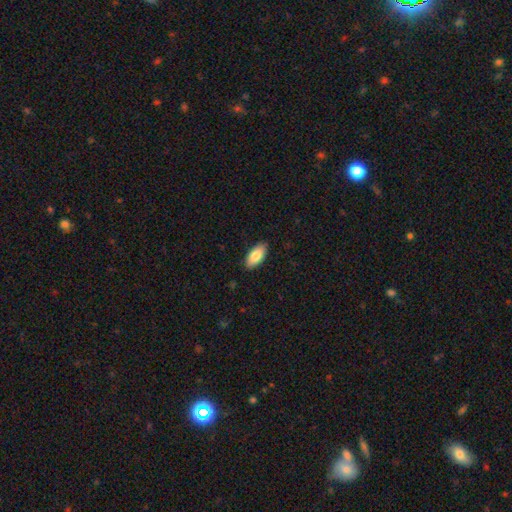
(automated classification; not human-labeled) A smooth galaxy with no disk features (84%) that is in between round and cigar-shaped (90%).

Vote fractions:
- Smooth or featured? smooth: 84% / featured or disk: 10% / star or artifact: 6%
- How rounded? in between: 90% / cigar-shaped: 8% / round: 2%
- Merging? none: 88% / minor disturbance: 9% / major disturbance: 2% / merger: 1%